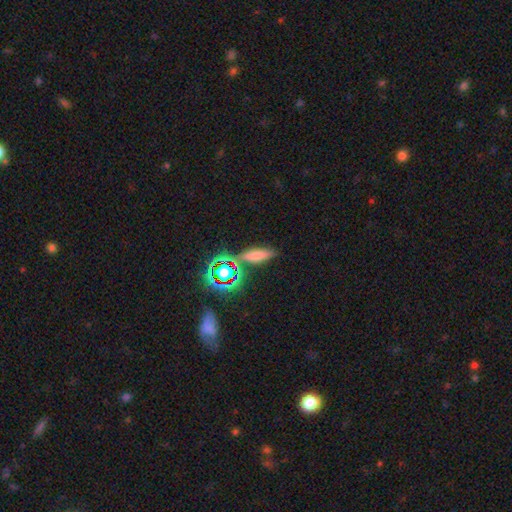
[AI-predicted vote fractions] Smooth or featured? Predicted: smooth (p=0.58). How rounded? Predicted: cigar-shaped (p=0.56). Merging? Predicted: none (p=0.76).